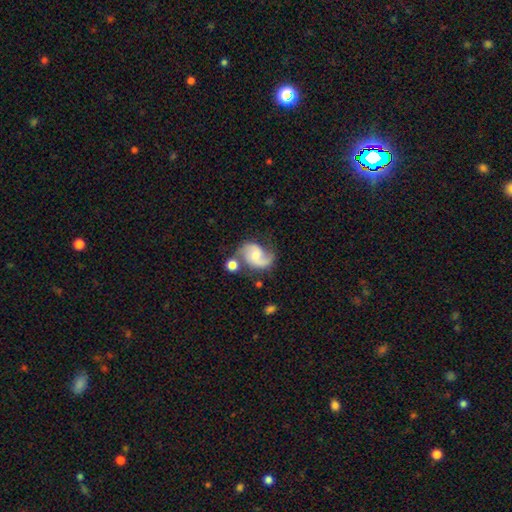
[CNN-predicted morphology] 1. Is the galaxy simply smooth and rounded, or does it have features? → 82% featured or disk, 11% smooth, 6% star or artifact.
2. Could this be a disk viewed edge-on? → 98% no, 2% yes.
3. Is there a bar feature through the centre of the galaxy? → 52% no, 40% weak, 8% strong.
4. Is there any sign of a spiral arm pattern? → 97% yes, 3% no.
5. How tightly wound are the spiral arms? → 49% medium, 38% loose, 13% tight.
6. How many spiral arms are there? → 91% 2, 3% can't tell, 3% 1, 1% 3, 1% 4, 1% more than 4.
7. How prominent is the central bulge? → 43% moderate (tied), 43% small (tied), 8% none, 4% large, 1% dominant.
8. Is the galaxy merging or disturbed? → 60% none, 18% minor disturbance, 14% merger, 8% major disturbance.